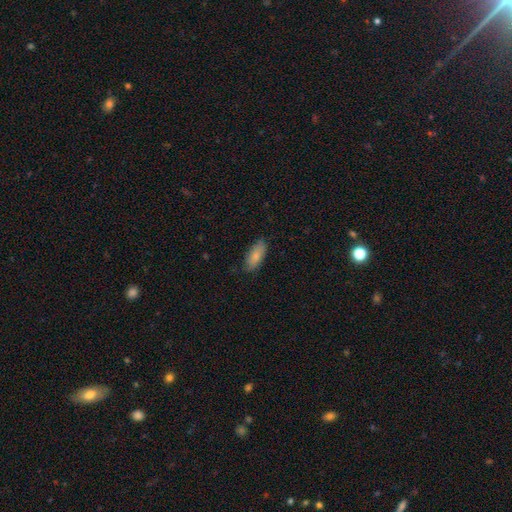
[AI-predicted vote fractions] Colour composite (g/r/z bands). It shows a smooth galaxy with no disk features (81%) that is in between round and cigar-shaped (85%). Merging: none (73%).